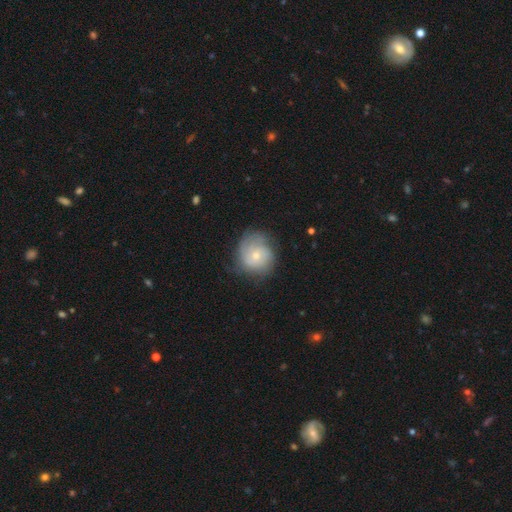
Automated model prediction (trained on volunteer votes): Morphology: type=featured or disk (54%); edge-on=no (97%); bar=no (75%); spiral arms=yes (83%); bulge=small (52%); merging=none (68%).